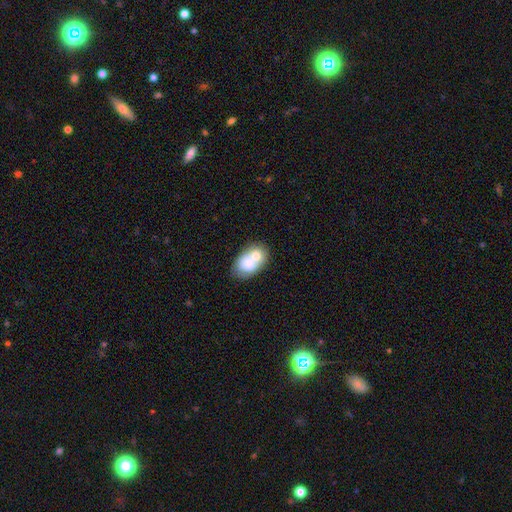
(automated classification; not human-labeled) A smooth galaxy with no disk features (68%) that is in between round and cigar-shaped (77%).

Vote fractions:
- Smooth or featured? smooth: 68% / featured or disk: 25% / star or artifact: 7%
- How rounded? in between: 77% / round: 22% / cigar-shaped: 1%
- Merging? merger: 61% / none: 26% / minor disturbance: 9% / major disturbance: 4%